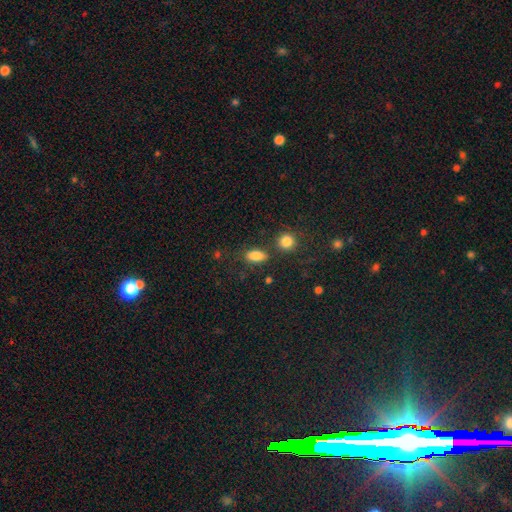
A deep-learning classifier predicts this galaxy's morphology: smooth 85%, star or artifact 10%, featured or disk 6%. Down the decision tree: how rounded — in between (87%); merging — none (73%).